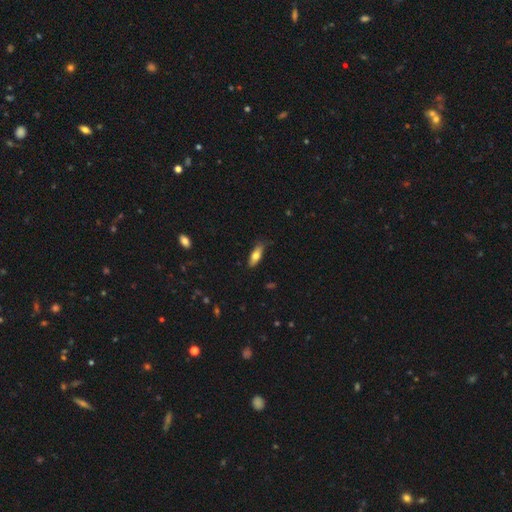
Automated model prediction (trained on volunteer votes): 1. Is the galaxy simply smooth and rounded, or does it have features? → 73% smooth, 21% featured or disk, 7% star or artifact.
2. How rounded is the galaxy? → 64% in between, 34% cigar-shaped, 2% round.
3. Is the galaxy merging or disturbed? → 79% none, 17% minor disturbance, 3% major disturbance, 1% merger.